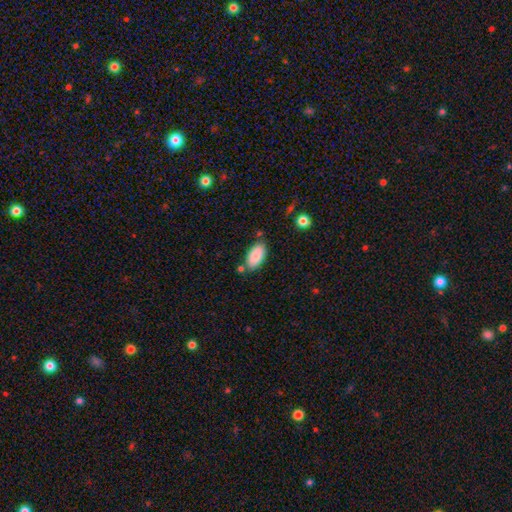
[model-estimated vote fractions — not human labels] smooth_or_featured: smooth (p=0.86) [alt: featured or disk p=0.08]
how_rounded: in between (p=0.94) [alt: cigar-shaped p=0.04]
merging: none (p=0.76) [alt: minor disturbance p=0.14]